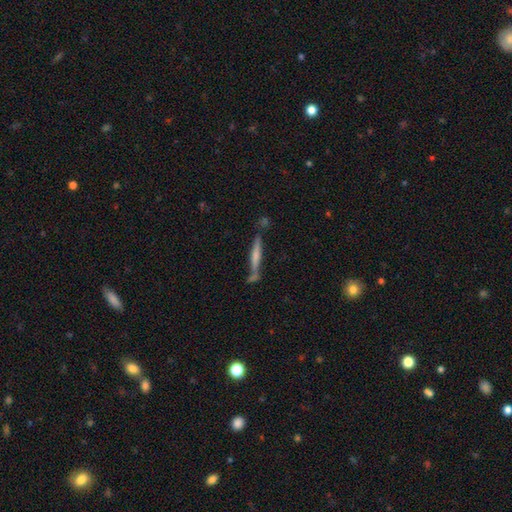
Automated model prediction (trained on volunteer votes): Q: Smooth or featured?
A: smooth (51%); runner-up: featured or disk (42%)
Q: How rounded?
A: cigar-shaped (93%); runner-up: in between (5%)
Q: Merging?
A: none (64%); runner-up: merger (17%)